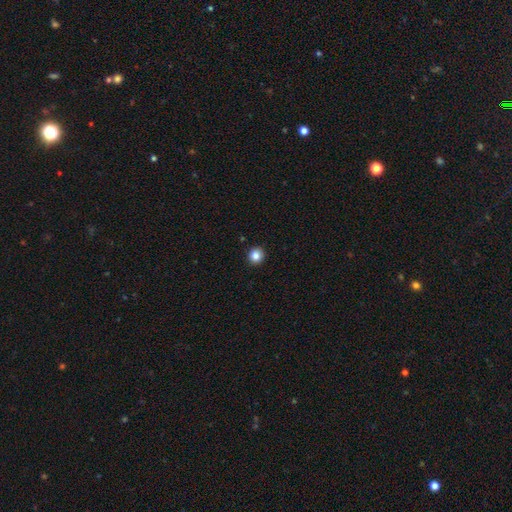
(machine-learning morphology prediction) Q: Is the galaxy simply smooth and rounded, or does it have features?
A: smooth — 85%.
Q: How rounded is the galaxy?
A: round — 92%.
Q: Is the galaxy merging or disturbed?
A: none — 93%.